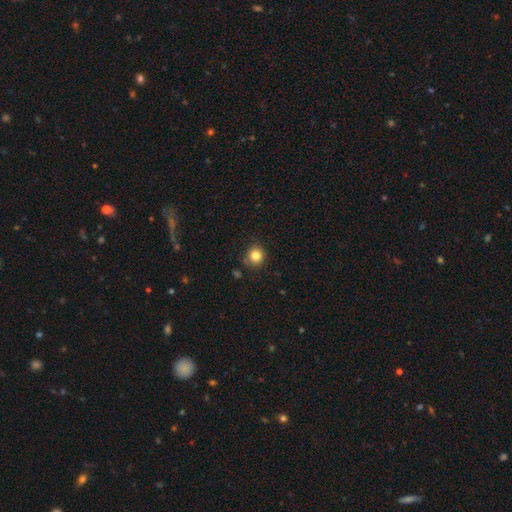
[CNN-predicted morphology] Q: Smooth or featured?
A: smooth (83%); runner-up: star or artifact (11%)
Q: How rounded?
A: round (89%); runner-up: in between (10%)
Q: Merging?
A: none (82%); runner-up: minor disturbance (13%)